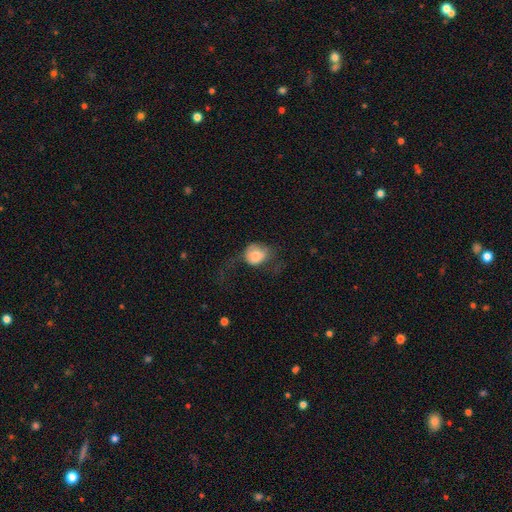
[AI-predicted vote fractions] This is likely a smooth galaxy (71%). How rounded: likely round (63%). Merging: possibly major disturbance (48%).